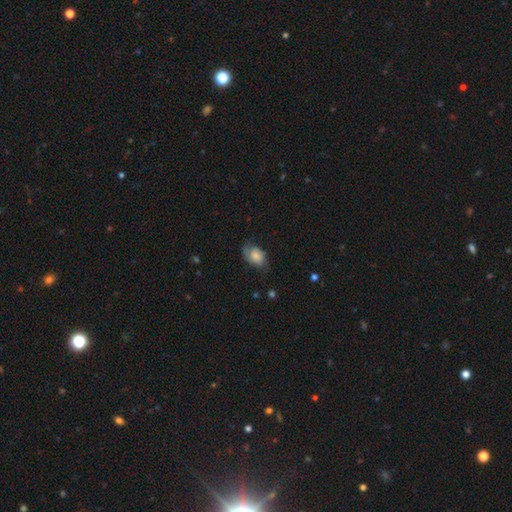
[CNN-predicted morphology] Q: Smooth or featured?
A: smooth (63%); runner-up: featured or disk (28%)
Q: How rounded?
A: in between (83%); runner-up: round (15%)
Q: Merging?
A: none (54%); runner-up: minor disturbance (31%)